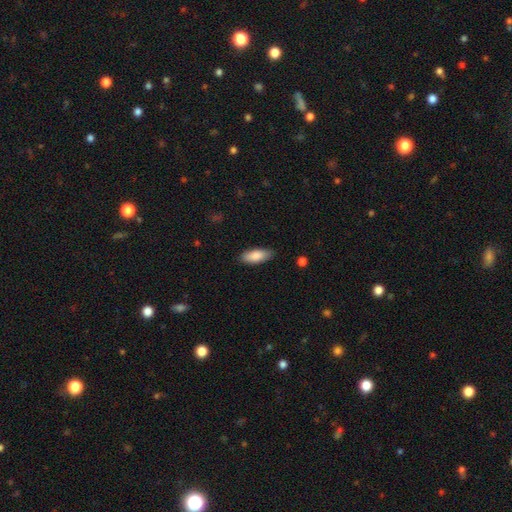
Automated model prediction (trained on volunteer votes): Overall: smooth (86%). How rounded: in between (77%). Merging: none (86%).